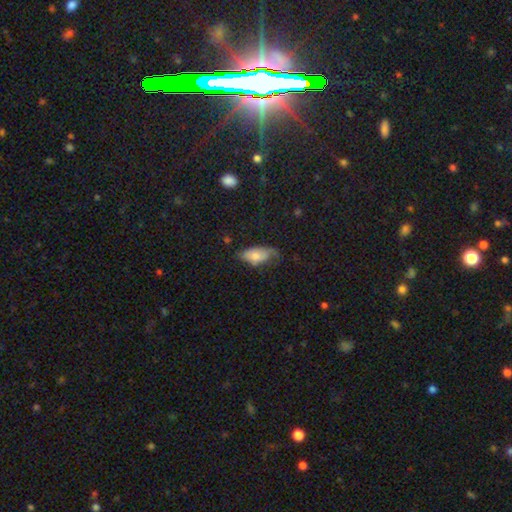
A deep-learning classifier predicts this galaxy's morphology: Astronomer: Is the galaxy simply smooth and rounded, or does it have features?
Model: smooth — 68%.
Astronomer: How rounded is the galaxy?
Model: in between — 90%.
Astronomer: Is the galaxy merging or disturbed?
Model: none — 41% (runner-up: minor disturbance, 37%).